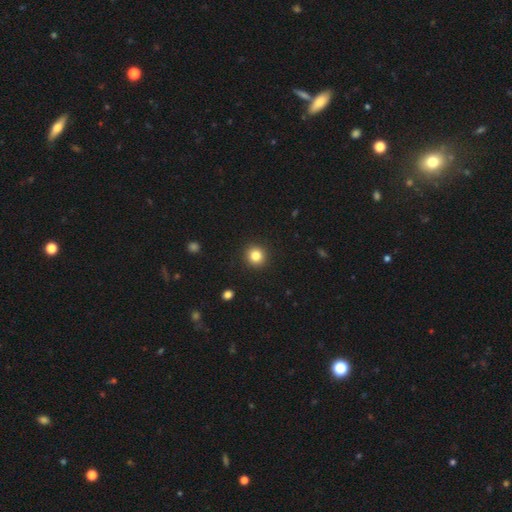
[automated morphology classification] smooth-or-featured: smooth: 83% | star or artifact: 11% | featured or disk: 6%
  how-rounded: round: 93% | in between: 6% | cigar-shaped: 1%
  merging: none: 92% | minor disturbance: 5% | major disturbance: 2% | merger: 1%